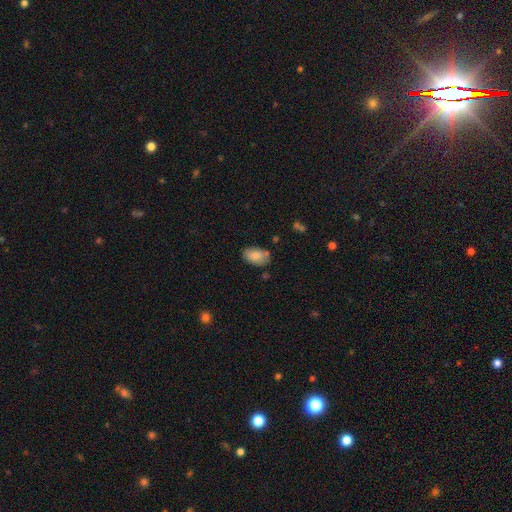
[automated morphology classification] type=smooth (83%); roundness=in between (91%); merging=none (74%).